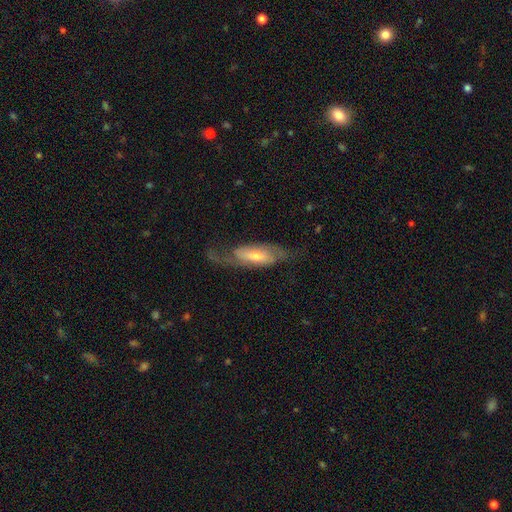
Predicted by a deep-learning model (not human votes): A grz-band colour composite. It shows a featured or disk galaxy (71%) with a weak bar (38%), 2 (78%) loose (45%) spiral arms (89%) and a moderate central bulge (47%). Merging: none (58%).